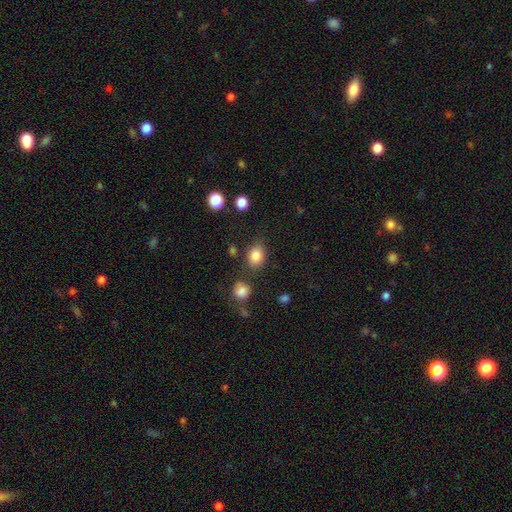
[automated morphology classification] Smooth or featured? Predicted: smooth (p=0.84). How rounded? Predicted: in between (p=0.63). Merging? Predicted: none (p=0.76).